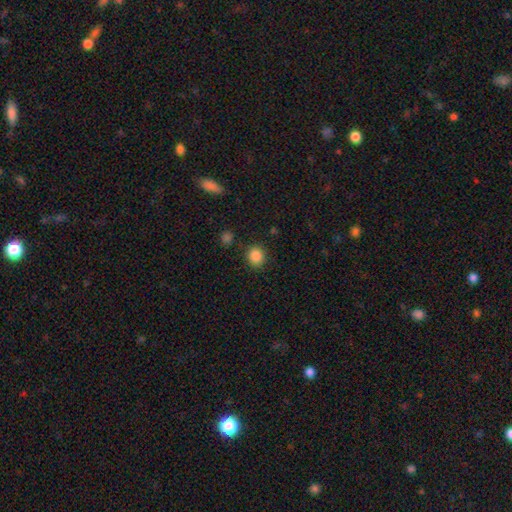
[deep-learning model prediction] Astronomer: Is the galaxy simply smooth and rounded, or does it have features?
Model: smooth — 86%.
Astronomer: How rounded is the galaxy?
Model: round — 75%.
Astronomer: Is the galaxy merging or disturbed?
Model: none — 86%.